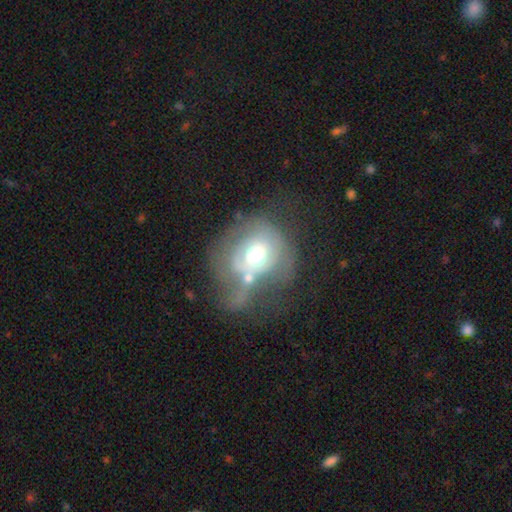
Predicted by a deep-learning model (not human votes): Smooth or featured?
  - featured or disk: 49% *
  - smooth: 41%
  - star or artifact: 10%
Merging?
  - major disturbance: 36% *
  - none: 25%
  - merger: 21%
  - minor disturbance: 18%